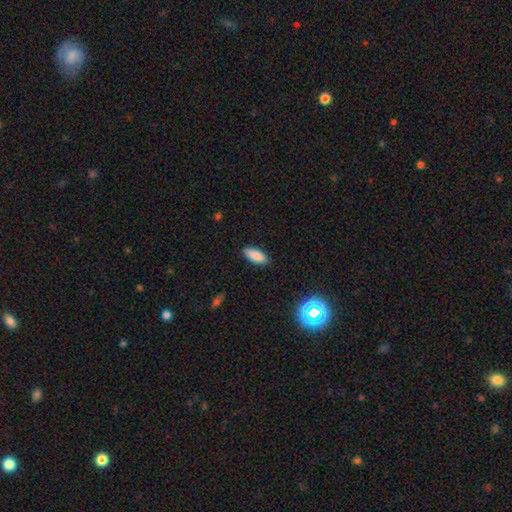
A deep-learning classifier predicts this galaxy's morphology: Overall: smooth (86%). How rounded: in between (73%). Merging: none (87%).